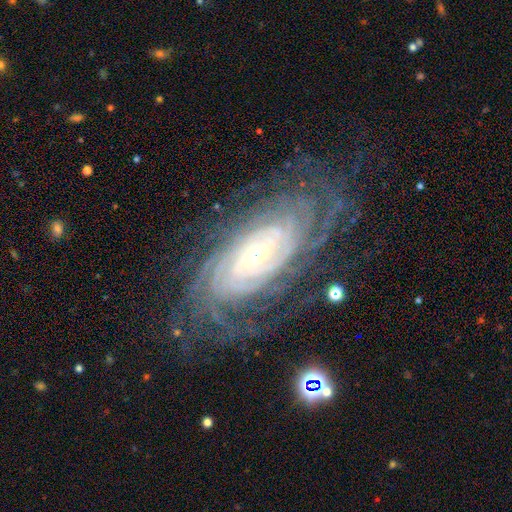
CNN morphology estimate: Q: Smooth or featured?
A: featured or disk (90%); runner-up: star or artifact (6%)
Q: Edge-on disk?
A: no (95%); runner-up: yes (5%)
Q: Bar?
A: weak (39%); runner-up: no (33%)
Q: Spiral arms?
A: yes (98%); runner-up: no (2%)
Q: Spiral winding?
A: tight (84%); runner-up: medium (13%)
Q: Spiral arm count?
A: more than 4 (29%); runner-up: can't tell (24%)
Q: Bulge size?
A: small (58%); runner-up: moderate (37%)
Q: Merging?
A: none (76%); runner-up: minor disturbance (16%)